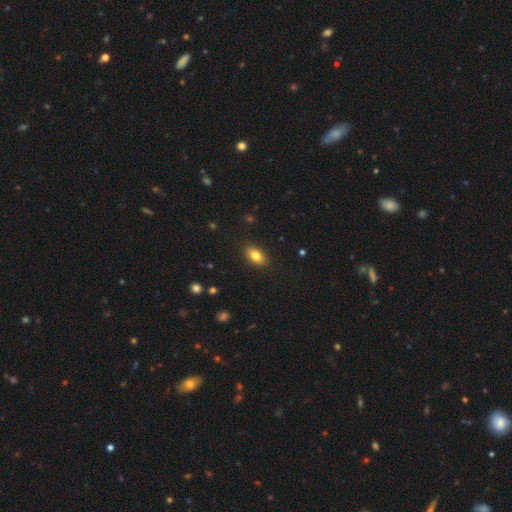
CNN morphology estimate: Smooth or featured? smooth (81%)
How rounded? in between (88%)
Merging? none (88%)